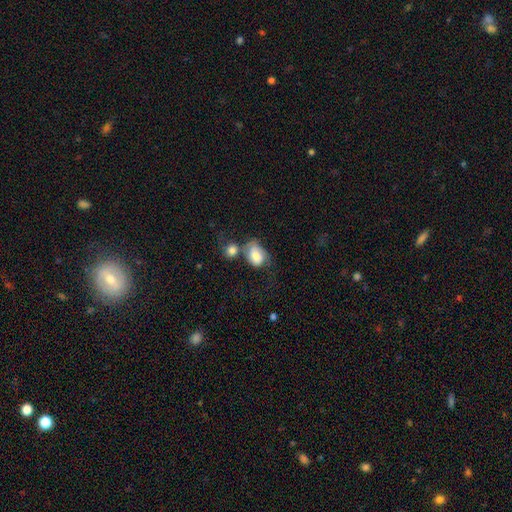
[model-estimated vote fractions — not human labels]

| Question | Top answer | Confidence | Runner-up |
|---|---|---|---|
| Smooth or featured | smooth | 70% | featured or disk (22%) |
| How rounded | in between | 72% | round (26%) |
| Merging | merger | 40% | none (23%) |